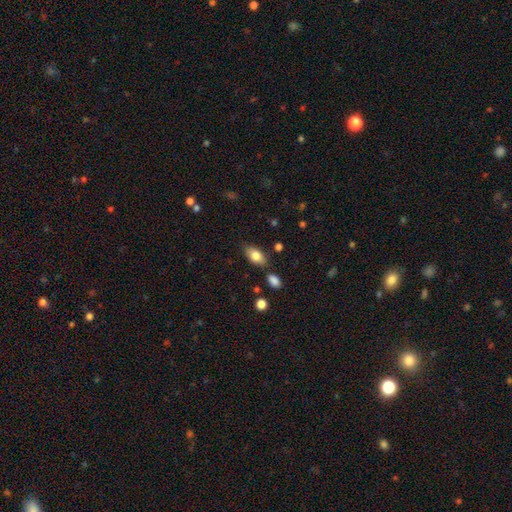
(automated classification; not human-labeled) Q: Smooth or featured?
A: smooth (80%); runner-up: featured or disk (13%)
Q: How rounded?
A: in between (90%); runner-up: round (6%)
Q: Merging?
A: none (78%); runner-up: minor disturbance (14%)